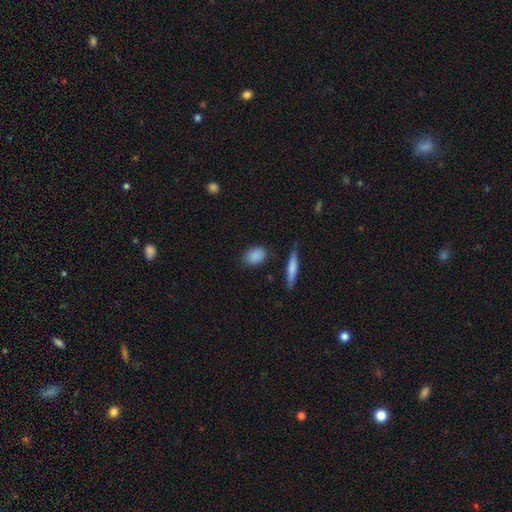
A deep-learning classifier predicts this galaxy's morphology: Smooth or featured?
  - smooth: 87% *
  - star or artifact: 7%
  - featured or disk: 6%
How rounded?
  - in between: 75% *
  - round: 20%
  - cigar-shaped: 5%
Merging?
  - none: 79% *
  - minor disturbance: 14%
  - merger: 4%
  - major disturbance: 3%